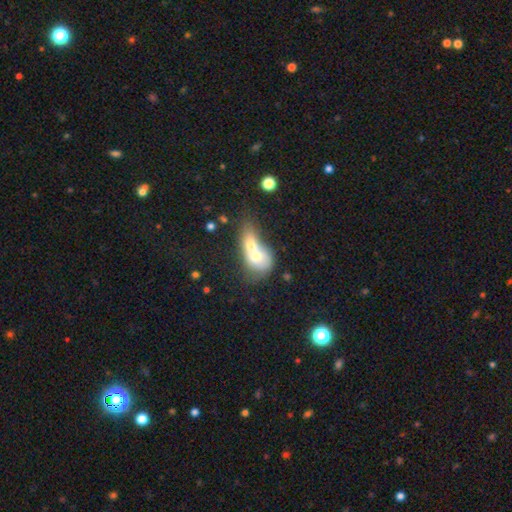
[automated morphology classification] Smooth or featured? smooth (60%)
How rounded? in between (57%)
Merging? merger (80%)